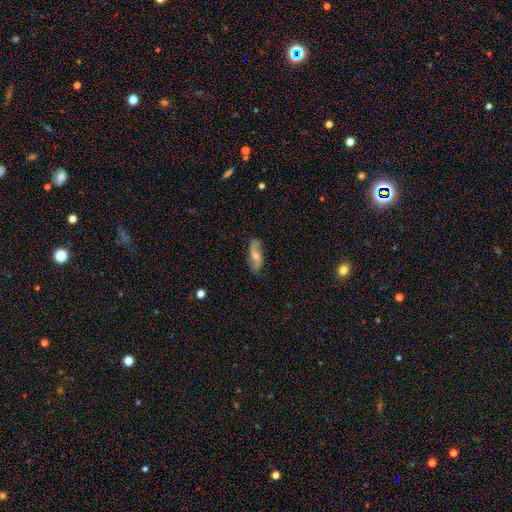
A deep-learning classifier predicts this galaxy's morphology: Smooth or featured? Predicted: featured or disk (p=0.52). Edge-on disk? Predicted: no (p=0.85). Merging? Predicted: none (p=0.81).